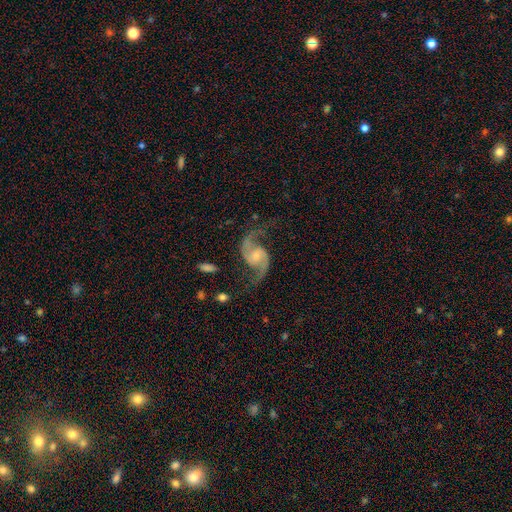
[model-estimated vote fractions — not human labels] Smooth or featured? featured or disk (91%)
Edge-on disk? no (98%)
Bar? no (54%)
Spiral arms? yes (98%)
Spiral winding? loose (58%)
Spiral arm count? 2 (94%)
Bulge size? small (47%)
Merging? none (73%)